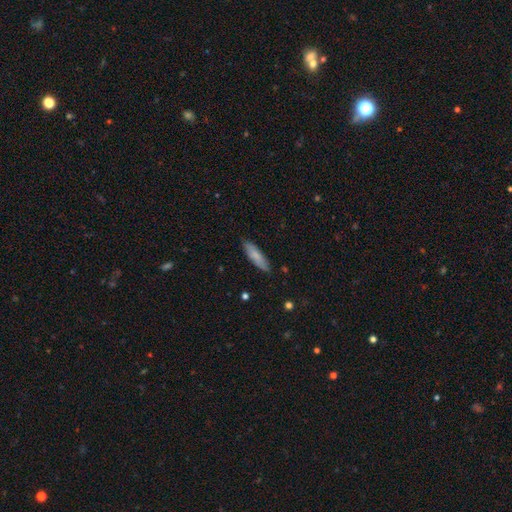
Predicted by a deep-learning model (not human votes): This is likely a smooth galaxy (79%). How rounded: likely cigar-shaped (62%). Merging: clearly none (85%).